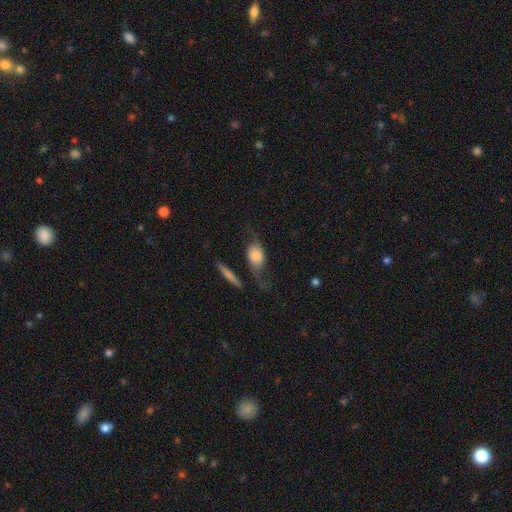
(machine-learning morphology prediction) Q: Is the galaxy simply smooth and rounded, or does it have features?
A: featured or disk — 56%.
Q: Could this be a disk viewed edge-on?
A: no — 81%.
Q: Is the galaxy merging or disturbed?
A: none — 45%.